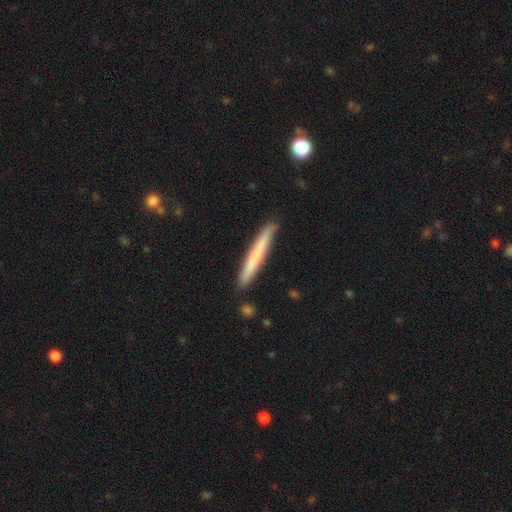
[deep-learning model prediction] A smooth galaxy with no disk features (67%) that is cigar-shaped (97%). Merging: none (90%).